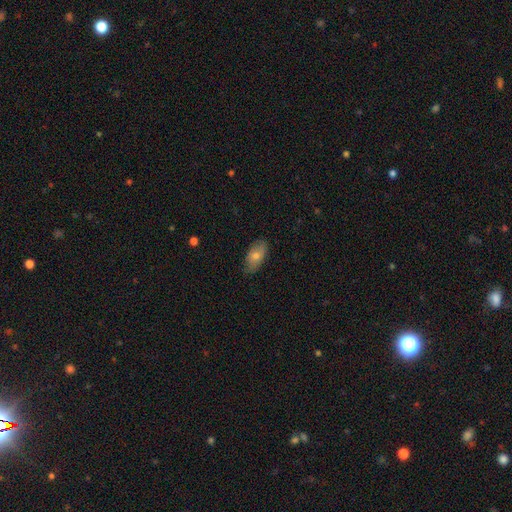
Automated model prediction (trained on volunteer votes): Q: Smooth or featured?
A: smooth (66%); runner-up: featured or disk (26%)
Q: How rounded?
A: in between (88%); runner-up: cigar-shaped (8%)
Q: Merging?
A: none (79%); runner-up: minor disturbance (17%)